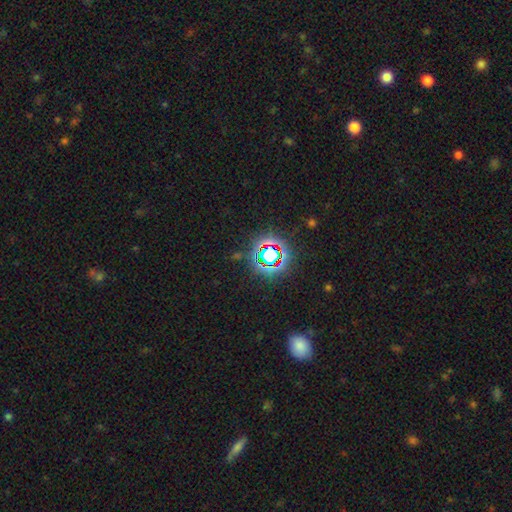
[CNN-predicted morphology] This appears to be a star or artifact, not a galaxy (77%).